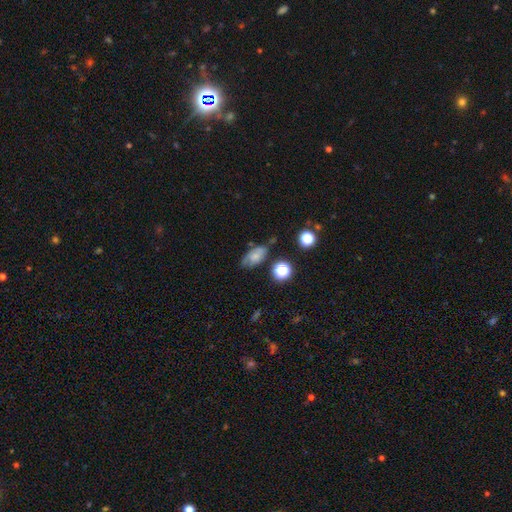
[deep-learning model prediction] smooth 55%, featured or disk 31%, star or artifact 15%. Down the decision tree: how rounded — in between (83%); merging — none (58%).